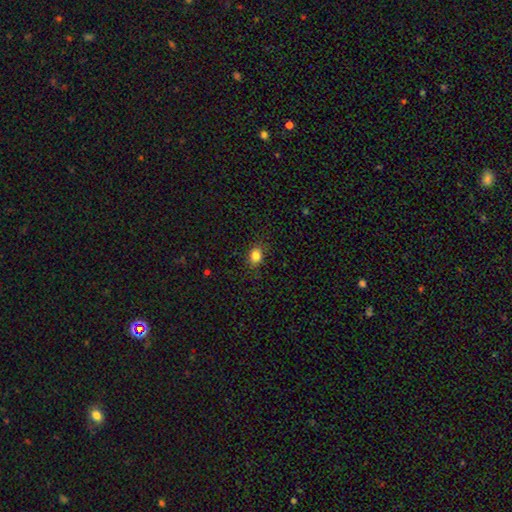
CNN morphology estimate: A smooth galaxy with no disk features (84%) that is in between round and cigar-shaped (58%).

Vote fractions:
- Smooth or featured? smooth: 84% / star or artifact: 11% / featured or disk: 5%
- How rounded? in between: 58% / round: 41% / cigar-shaped: 1%
- Merging? none: 85% / minor disturbance: 11% / major disturbance: 3% / merger: 1%